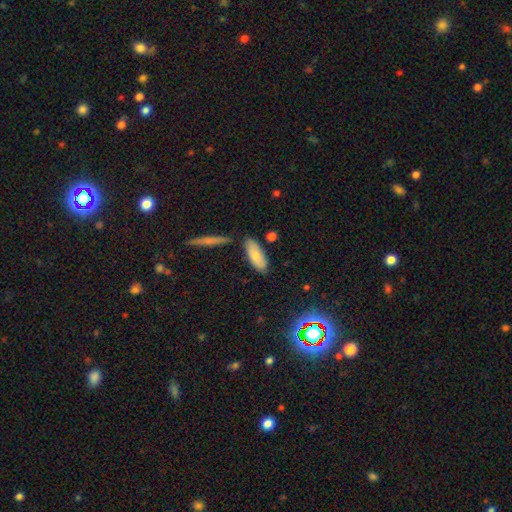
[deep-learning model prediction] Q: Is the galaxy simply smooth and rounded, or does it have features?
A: smooth — 77%.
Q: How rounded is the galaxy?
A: in between — 74%.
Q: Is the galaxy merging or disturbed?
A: none — 75%.